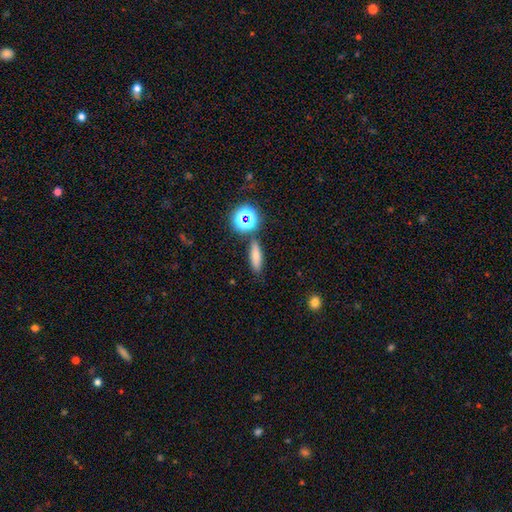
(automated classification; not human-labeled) Q: Smooth or featured?
A: smooth (68%); runner-up: star or artifact (16%)
Q: How rounded?
A: cigar-shaped (53%); runner-up: in between (38%)
Q: Merging?
A: none (81%); runner-up: minor disturbance (10%)